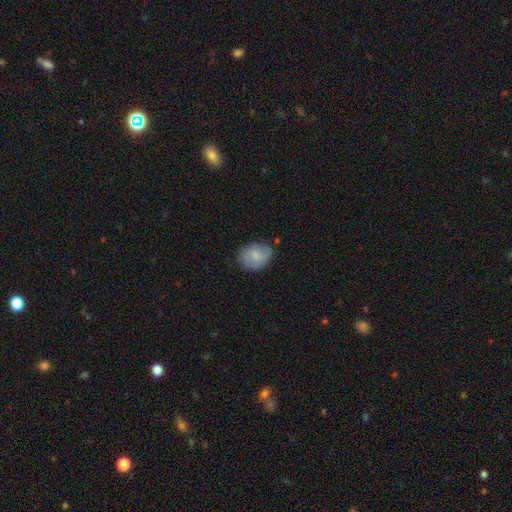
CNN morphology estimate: This appears to be a smooth galaxy with no disk features (60%) that is in between round and cigar-shaped (58%). Merging: none (67%).